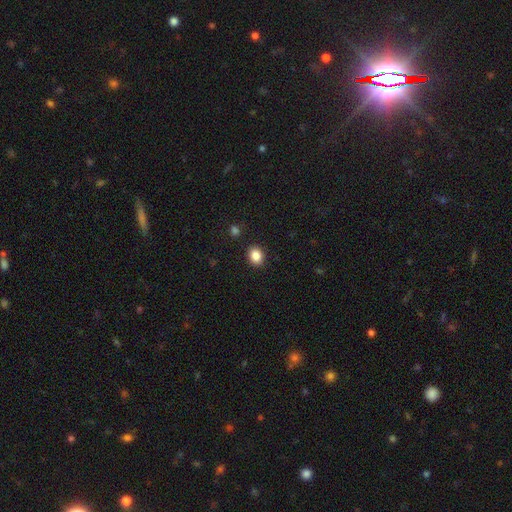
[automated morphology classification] A smooth galaxy with no disk features (86%) that is in between round and cigar-shaped (50%).

Vote fractions:
- Smooth or featured? smooth: 86% / star or artifact: 9% / featured or disk: 4%
- How rounded? in between: 50% / round: 49% / cigar-shaped: 1%
- Merging? none: 89% / minor disturbance: 7% / major disturbance: 2% / merger: 2%